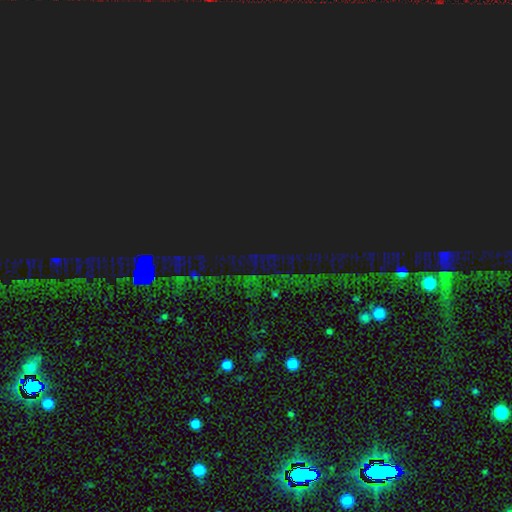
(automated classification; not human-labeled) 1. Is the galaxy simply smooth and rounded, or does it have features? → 86% star or artifact, 7% smooth, 6% featured or disk.